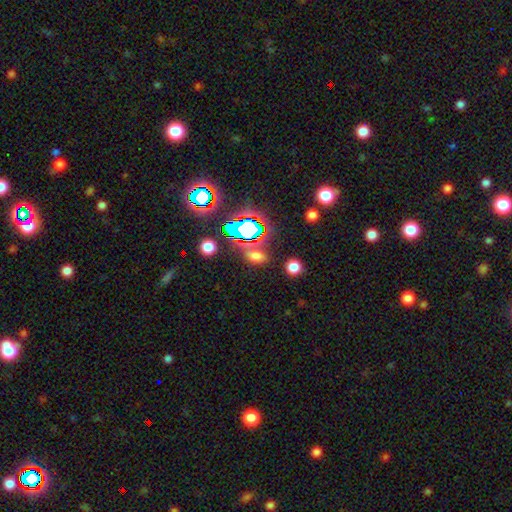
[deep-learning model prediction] smooth-or-featured: smooth: 54% | star or artifact: 34% | featured or disk: 12%
  how-rounded: in between: 72% | round: 22% | cigar-shaped: 5%
  merging: none: 67% | minor disturbance: 14% | merger: 11% | major disturbance: 8%